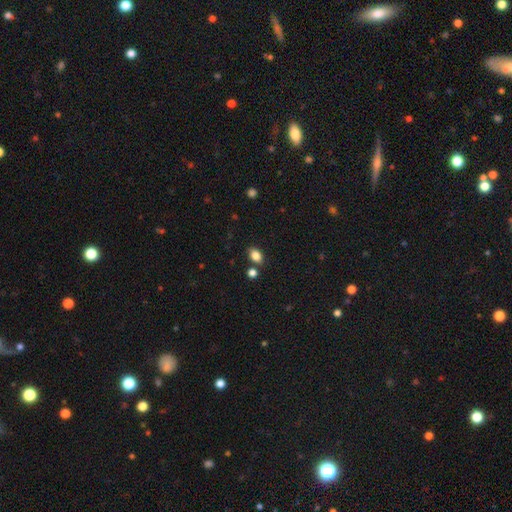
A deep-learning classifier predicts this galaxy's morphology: smooth_or_featured: smooth (p=0.84) [alt: star or artifact p=0.10]
how_rounded: in between (p=0.83) [alt: round p=0.15]
merging: none (p=0.78) [alt: minor disturbance p=0.11]